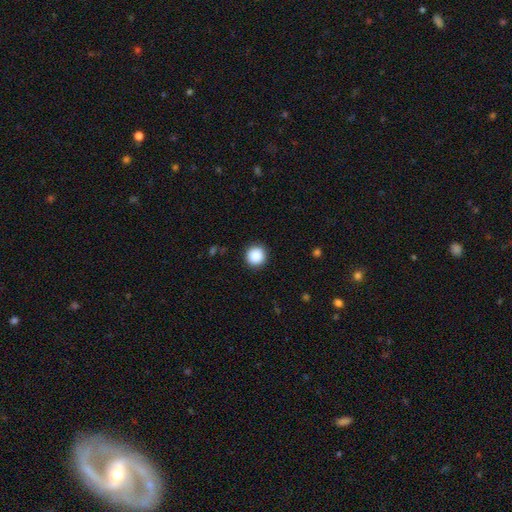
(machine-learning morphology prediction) smooth 89%, star or artifact 9%, featured or disk 3%. Down the decision tree: how rounded — round (96%); merging — none (92%).